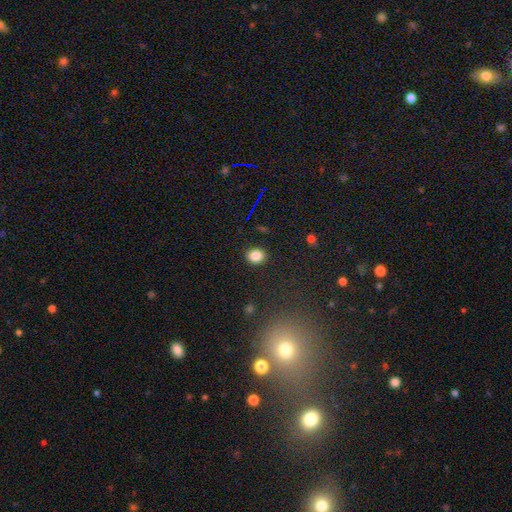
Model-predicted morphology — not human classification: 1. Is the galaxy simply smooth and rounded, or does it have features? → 85% smooth, 11% star or artifact, 5% featured or disk.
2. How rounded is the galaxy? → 58% round, 41% in between, 1% cigar-shaped.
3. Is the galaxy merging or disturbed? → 88% none, 8% minor disturbance, 2% major disturbance, 1% merger.